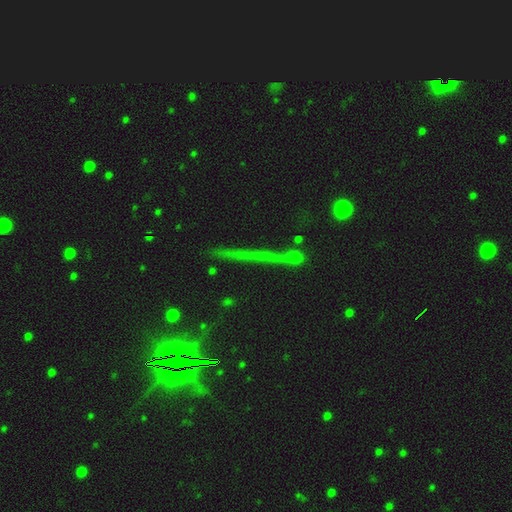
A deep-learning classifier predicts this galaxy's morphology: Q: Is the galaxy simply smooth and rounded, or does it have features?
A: star or artifact — 48%.